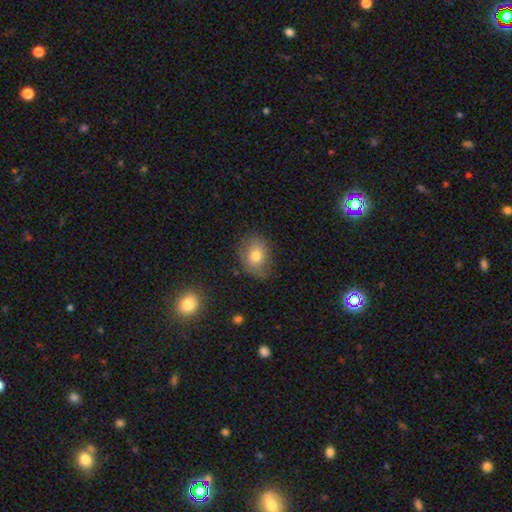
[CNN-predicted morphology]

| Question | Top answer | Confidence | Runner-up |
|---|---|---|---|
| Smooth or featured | smooth | 72% | featured or disk (18%) |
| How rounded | in between | 62% | round (36%) |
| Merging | none | 70% | minor disturbance (22%) |